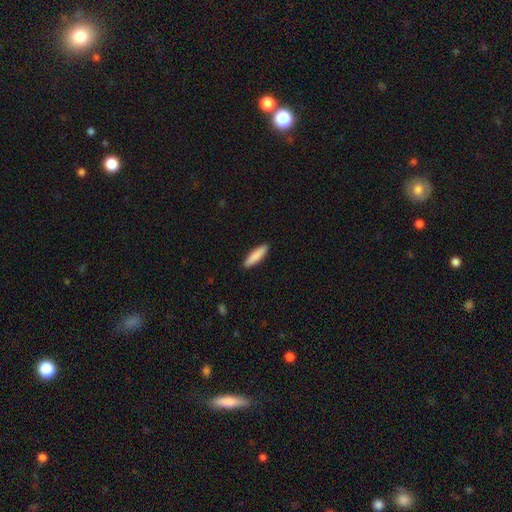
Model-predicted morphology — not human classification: Smooth or featured?
  - smooth: 86% *
  - featured or disk: 9%
  - star or artifact: 5%
How rounded?
  - cigar-shaped: 76% *
  - in between: 23%
  - round: 1%
Merging?
  - none: 90% *
  - minor disturbance: 7%
  - major disturbance: 1%
  - merger: 1%